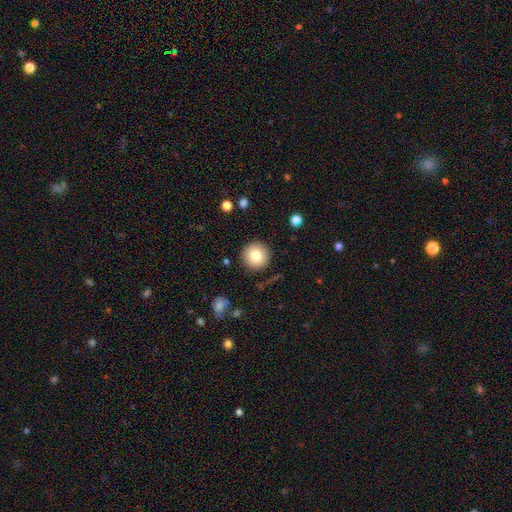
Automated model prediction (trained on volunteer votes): Q: Smooth or featured?
A: smooth (80%); runner-up: featured or disk (10%)
Q: How rounded?
A: round (96%); runner-up: in between (3%)
Q: Merging?
A: none (89%); runner-up: minor disturbance (7%)